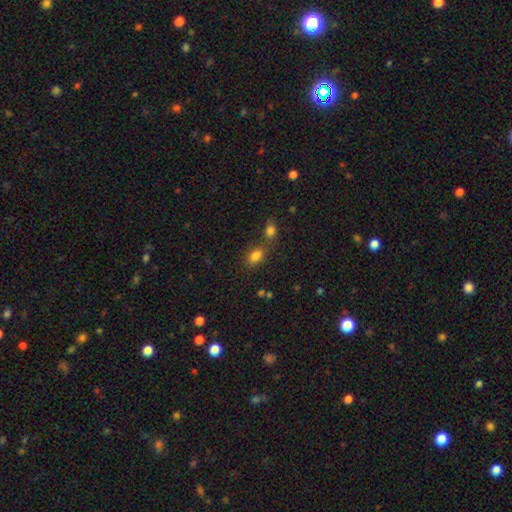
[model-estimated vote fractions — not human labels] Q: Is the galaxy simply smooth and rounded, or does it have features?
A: smooth — 82%.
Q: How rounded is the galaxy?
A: in between — 81%.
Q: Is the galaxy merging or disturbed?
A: none — 57%.